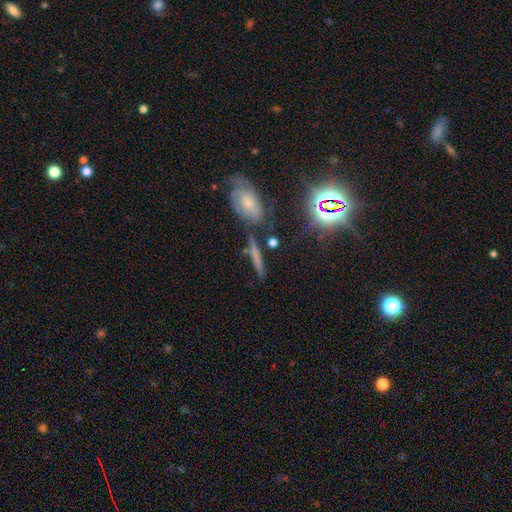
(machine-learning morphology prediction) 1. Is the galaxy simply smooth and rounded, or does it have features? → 52% smooth, 31% featured or disk, 17% star or artifact.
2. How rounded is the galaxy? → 83% cigar-shaped, 12% in between, 5% round.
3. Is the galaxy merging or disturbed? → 67% none, 15% minor disturbance, 12% merger, 6% major disturbance.